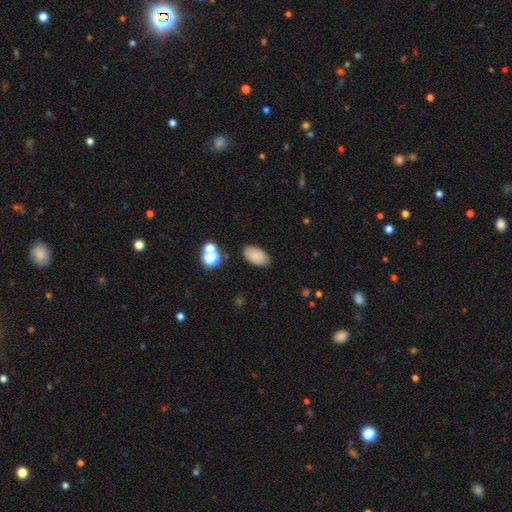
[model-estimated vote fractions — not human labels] Morphology: type=smooth (85%); roundness=in between (93%); merging=none (84%).